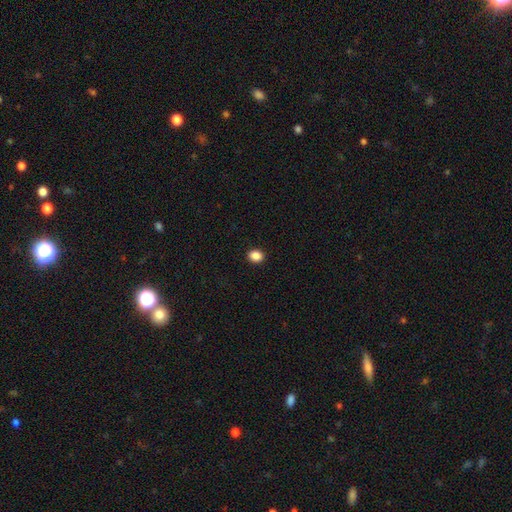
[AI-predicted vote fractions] Smooth or featured? smooth (87%)
How rounded? round (58%)
Merging? none (92%)